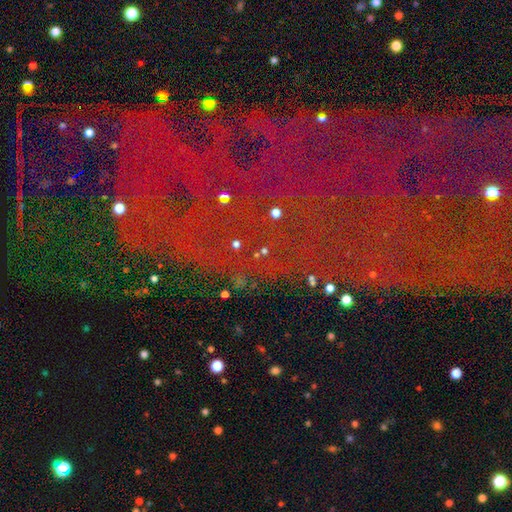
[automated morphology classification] A star or artifact, not a galaxy (80%).